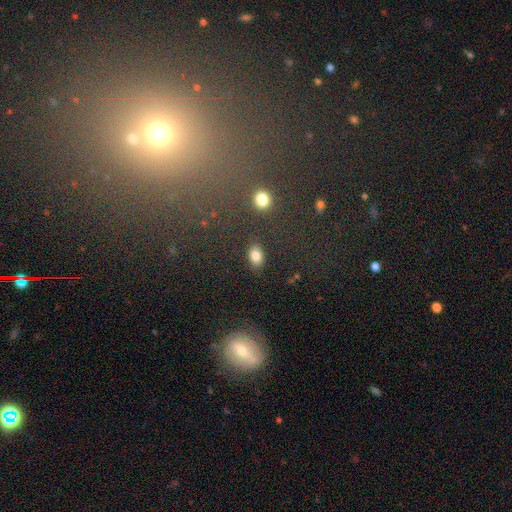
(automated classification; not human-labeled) Overall: smooth (82%). How rounded: in between (85%). Merging: none (85%).